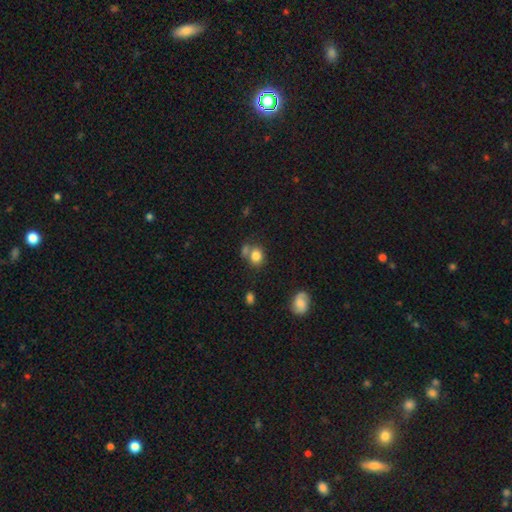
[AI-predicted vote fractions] smooth-or-featured: smooth: 81% | star or artifact: 11% | featured or disk: 8%
  how-rounded: round: 64% | in between: 35% | cigar-shaped: 1%
  merging: none: 54% | merger: 27% | minor disturbance: 13% | major disturbance: 5%